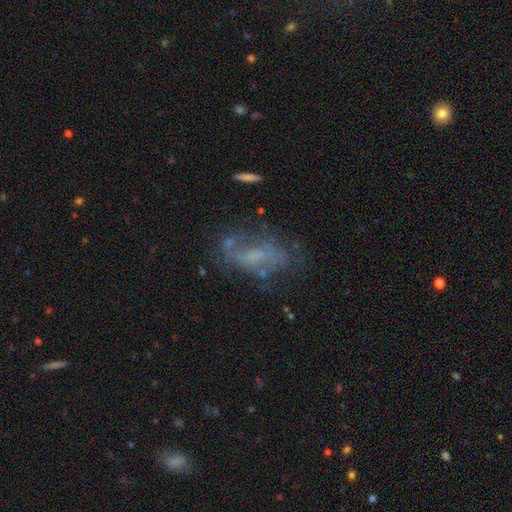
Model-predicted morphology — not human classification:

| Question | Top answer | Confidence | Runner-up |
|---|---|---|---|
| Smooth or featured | featured or disk | 55% | smooth (30%) |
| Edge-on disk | no | 93% | yes (7%) |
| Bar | no | 59% | weak (30%) |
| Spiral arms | no | 62% | yes (38%) |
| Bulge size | none | 48% | small (31%) |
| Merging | none | 46% | major disturbance (25%) |